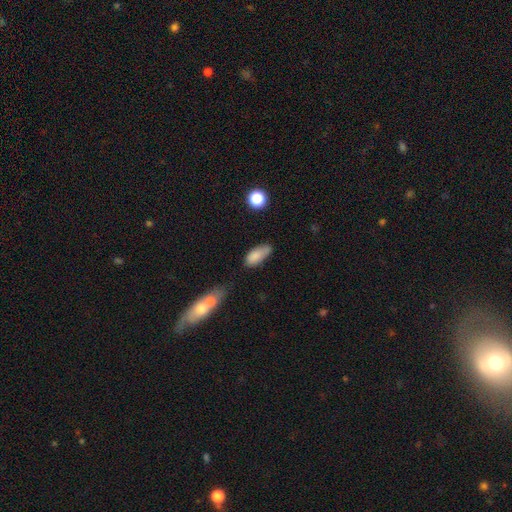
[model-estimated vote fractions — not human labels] Smooth or featured?
  - smooth: 82% *
  - featured or disk: 10%
  - star or artifact: 8%
How rounded?
  - in between: 85% *
  - cigar-shaped: 12%
  - round: 3%
Merging?
  - none: 51% *
  - minor disturbance: 35%
  - major disturbance: 9%
  - merger: 6%